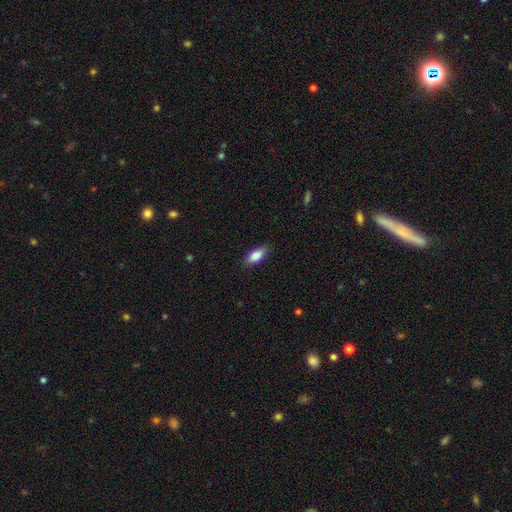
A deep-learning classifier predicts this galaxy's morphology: type=smooth (83%); roundness=in between (82%); merging=none (86%).